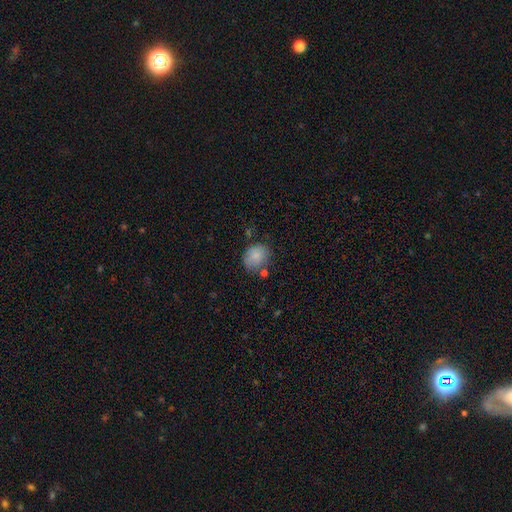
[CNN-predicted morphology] This is clearly a smooth galaxy (84%). How rounded: possibly round (59%). Merging: likely none (68%).